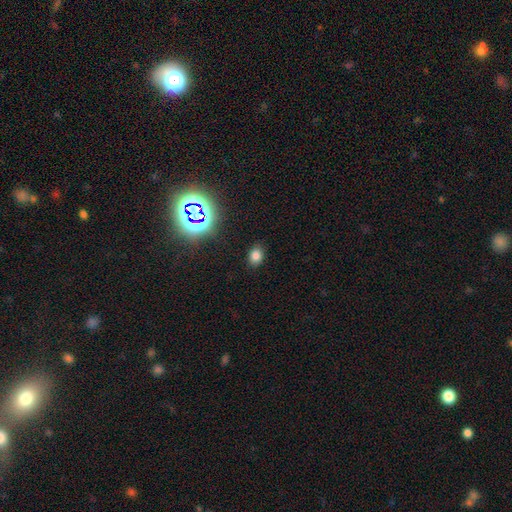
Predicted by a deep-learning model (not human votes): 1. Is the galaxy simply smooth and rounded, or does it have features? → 77% smooth, 18% star or artifact, 6% featured or disk.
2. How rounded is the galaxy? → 66% in between, 33% round, 1% cigar-shaped.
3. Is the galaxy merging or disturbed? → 86% none, 9% minor disturbance, 3% major disturbance, 1% merger.